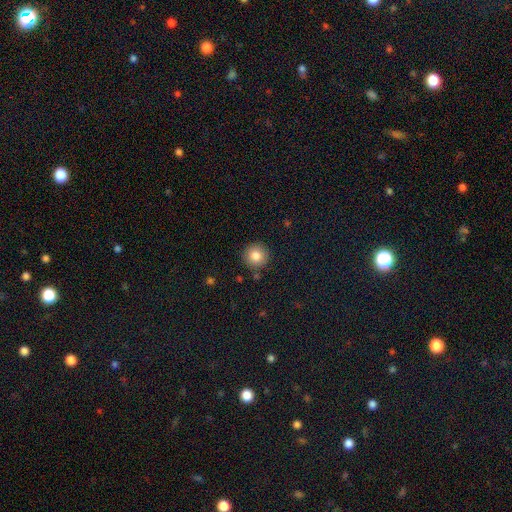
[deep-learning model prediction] A smooth galaxy with no disk features (82%) that is round (95%).

Vote fractions:
- Smooth or featured? smooth: 82% / star or artifact: 10% / featured or disk: 8%
- How rounded? round: 95% / in between: 4% / cigar-shaped: 1%
- Merging? none: 89% / minor disturbance: 7% / merger: 2% / major disturbance: 2%